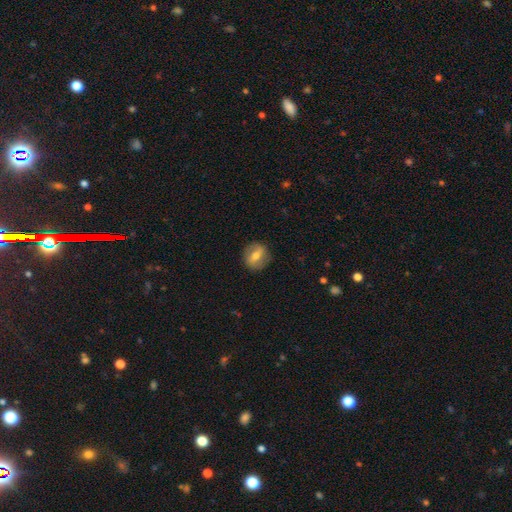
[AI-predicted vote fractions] A smooth galaxy with no disk features (53%) that is round (75%).

Vote fractions:
- Smooth or featured? smooth: 53% / featured or disk: 38% / star or artifact: 8%
- How rounded? round: 75% / in between: 23% / cigar-shaped: 2%
- Merging? none: 86% / minor disturbance: 10% / major disturbance: 3% / merger: 1%